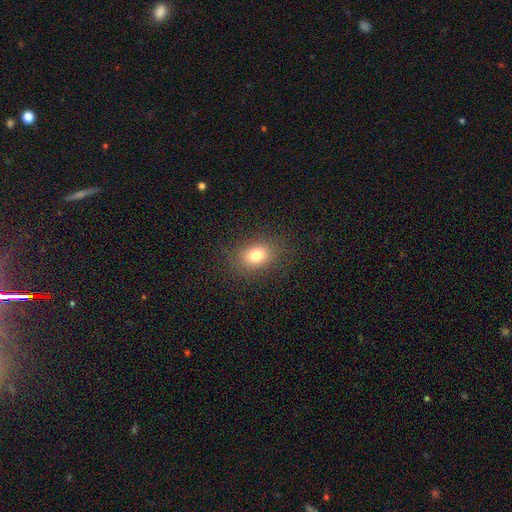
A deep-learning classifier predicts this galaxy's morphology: Overall: smooth (79%). How rounded: in between (66%; round 33%). Merging: none (85%).